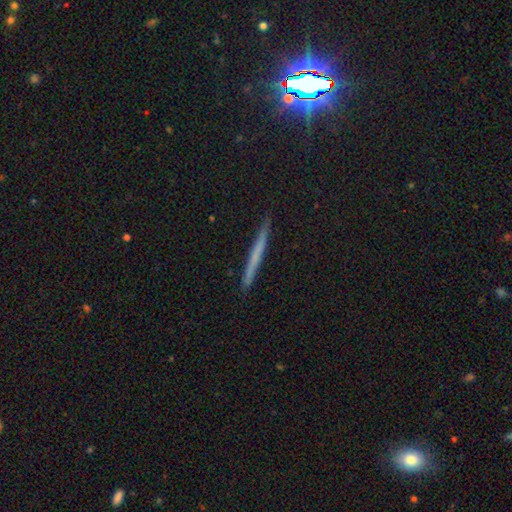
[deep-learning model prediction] Morphology: type=smooth (49%); merging=none (92%).